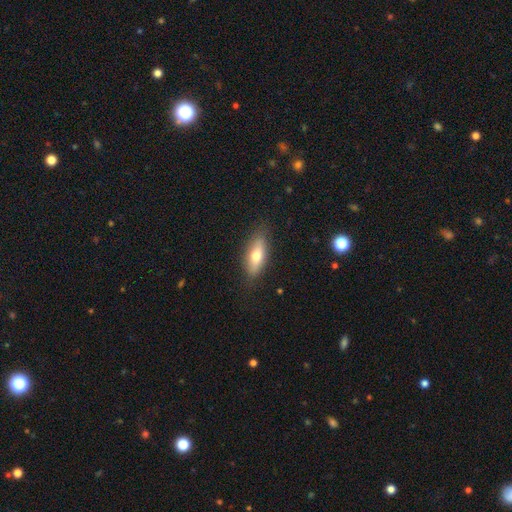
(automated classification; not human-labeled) The model was most divided on "how rounded": in between: 68%, cigar-shaped: 29%, round: 3%. More confident: merging — none (83%); smooth or featured — smooth (66%).